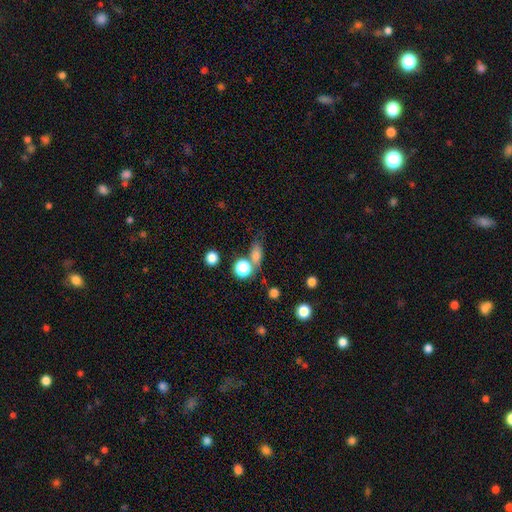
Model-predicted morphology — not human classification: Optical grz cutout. It shows a smooth galaxy with no disk features (76%) that is in between round and cigar-shaped (53%). Merging: none (53%).